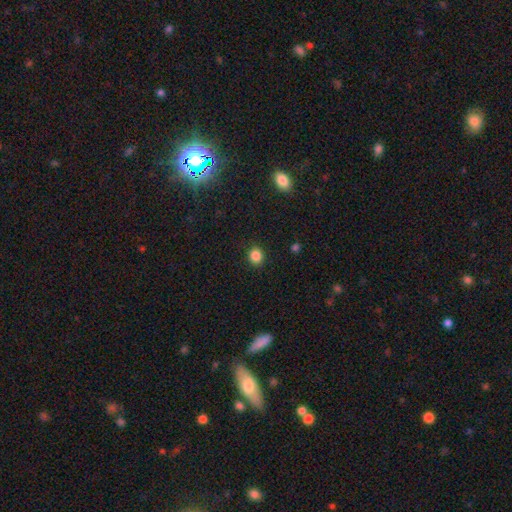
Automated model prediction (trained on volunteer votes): Overall: smooth (85%). How rounded: round (78%). Merging: none (90%).